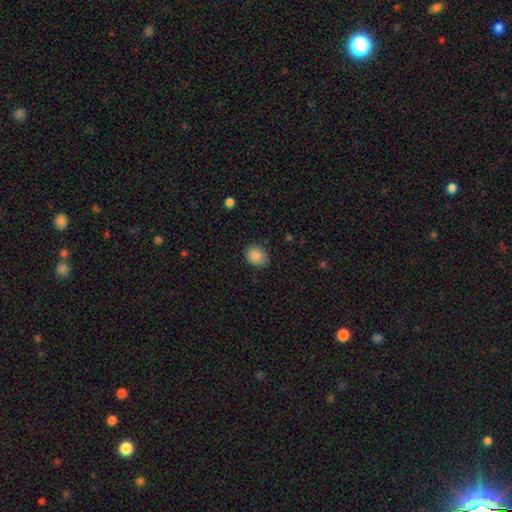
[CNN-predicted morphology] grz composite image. It shows a smooth galaxy with no disk features (88%) that is round (57%). Merging: none (81%).